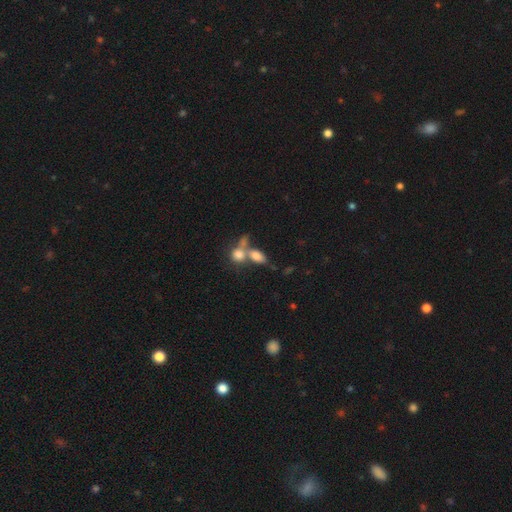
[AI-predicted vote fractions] The model was most divided on "merging": merger: 55%, none: 30%, minor disturbance: 9%, major disturbance: 6%. More confident: how rounded — in between (76%); smooth or featured — smooth (75%).